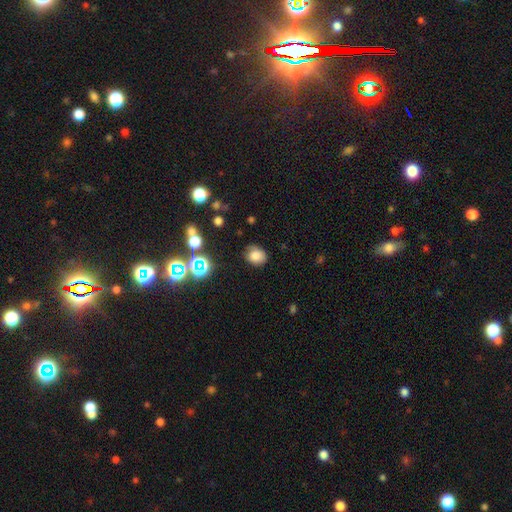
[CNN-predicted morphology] Q: Smooth or featured?
A: smooth (79%); runner-up: star or artifact (14%)
Q: How rounded?
A: round (57%); runner-up: in between (42%)
Q: Merging?
A: none (76%); runner-up: minor disturbance (18%)